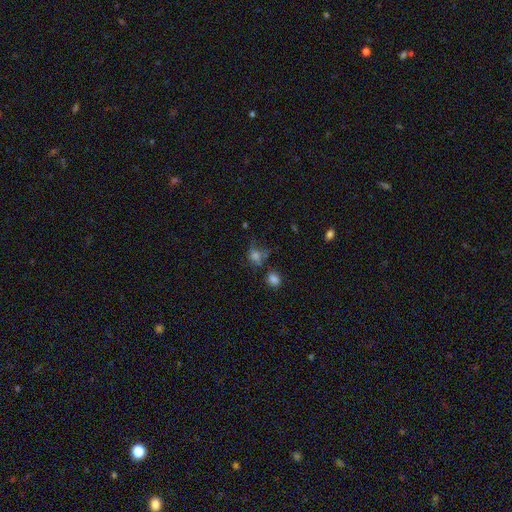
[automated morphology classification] smooth 65%, star or artifact 20%, featured or disk 15%. Down the decision tree: how rounded — round (62%); merging — none (45%).